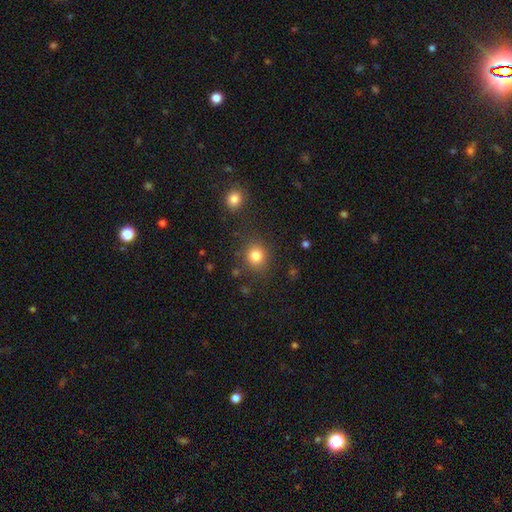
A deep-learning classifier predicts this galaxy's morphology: Smooth or featured?
  - smooth: 82% *
  - star or artifact: 12%
  - featured or disk: 6%
How rounded?
  - round: 81% *
  - in between: 18%
  - cigar-shaped: 1%
Merging?
  - none: 83% *
  - minor disturbance: 9%
  - merger: 4%
  - major disturbance: 4%